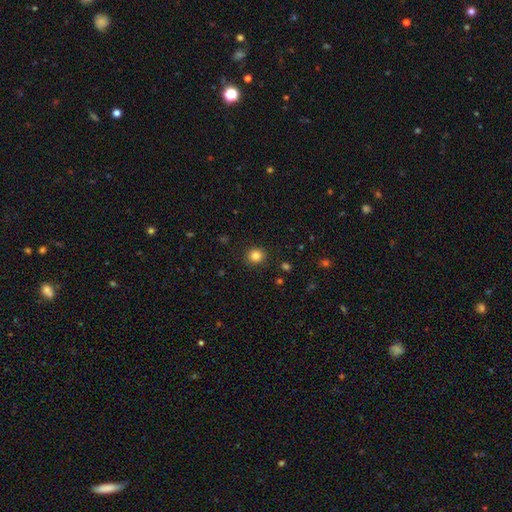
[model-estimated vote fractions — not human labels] Morphology: type=smooth (84%); roundness=round (86%); merging=none (90%).